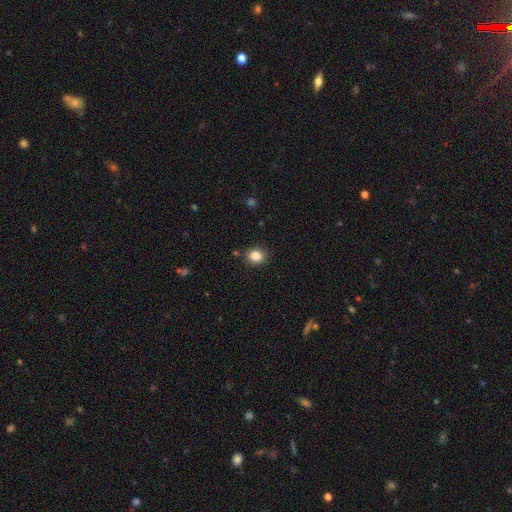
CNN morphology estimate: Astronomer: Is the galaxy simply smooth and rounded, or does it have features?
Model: smooth — 85%.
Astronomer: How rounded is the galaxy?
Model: round — 68%.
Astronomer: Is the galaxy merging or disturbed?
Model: none — 87%.